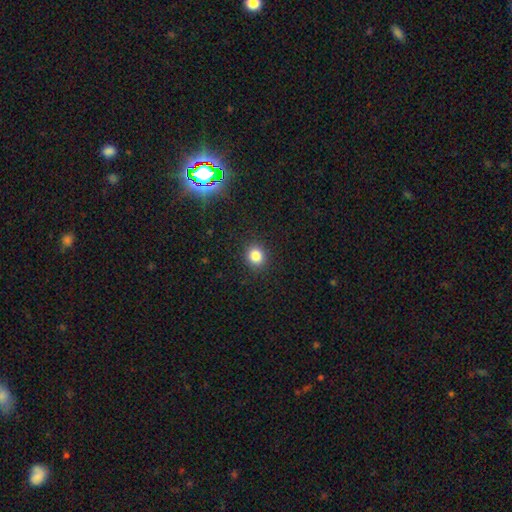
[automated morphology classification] Smooth or featured: smooth — 83% (star or artifact — 13%)
How rounded: round — 83% (in between — 16%)
Merging: none — 90% (minor disturbance — 7%)